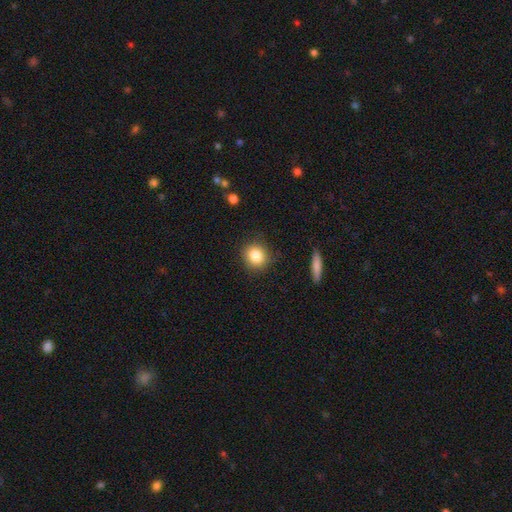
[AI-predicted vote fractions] This is clearly a smooth galaxy (84%). How rounded: clearly round (84%). Merging: clearly none (88%).